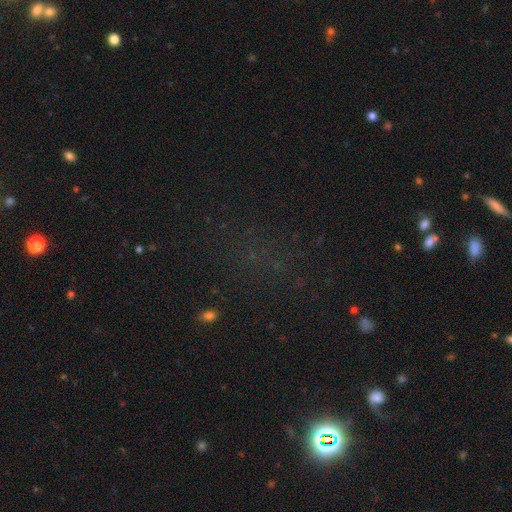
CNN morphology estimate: type=star or artifact (63%).